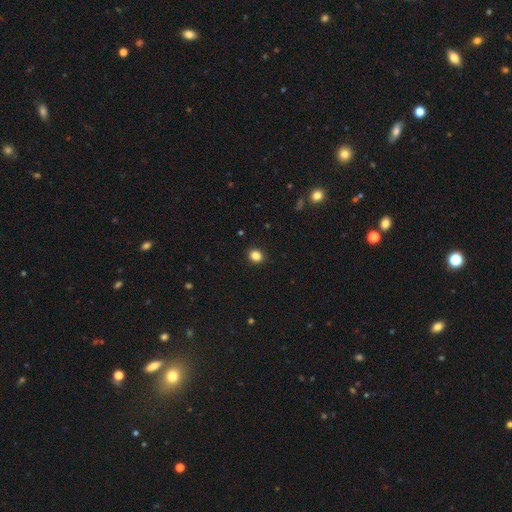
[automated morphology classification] Smooth or featured? Predicted: smooth (p=0.85). How rounded? Predicted: round (p=0.68). Merging? Predicted: none (p=0.90).